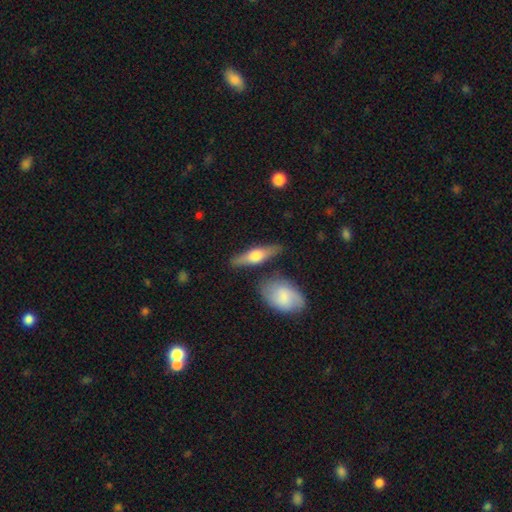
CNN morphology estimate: This is possibly a featured or disk galaxy (51%). It is clearly viewed edge-on (91%). Merging: clearly none (80%).